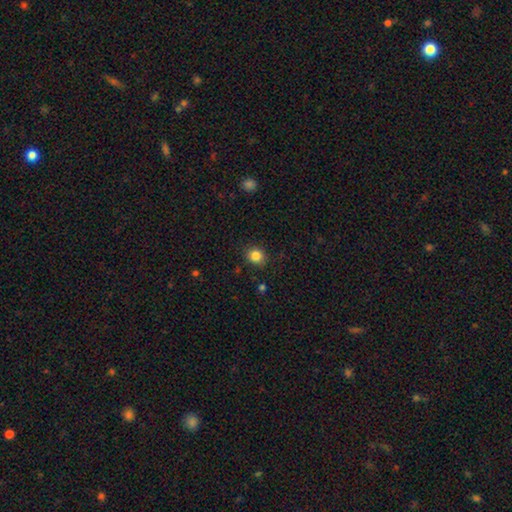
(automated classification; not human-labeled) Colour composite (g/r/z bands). It shows a smooth galaxy with no disk features (85%) that is round (78%). Merging: none (87%).